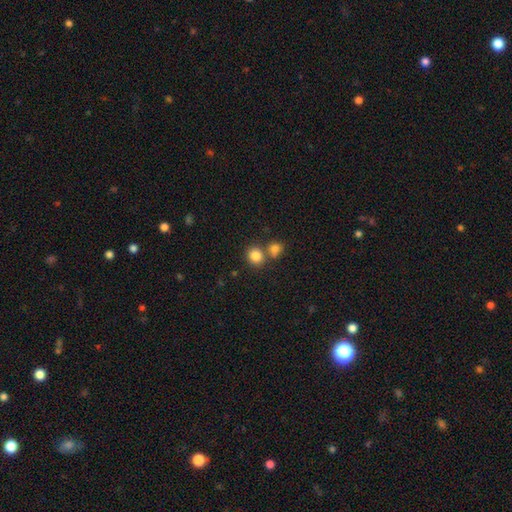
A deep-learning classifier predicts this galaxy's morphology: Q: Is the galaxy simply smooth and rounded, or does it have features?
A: smooth — 83%.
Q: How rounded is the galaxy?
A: round — 79%.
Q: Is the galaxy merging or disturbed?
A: none — 61%.